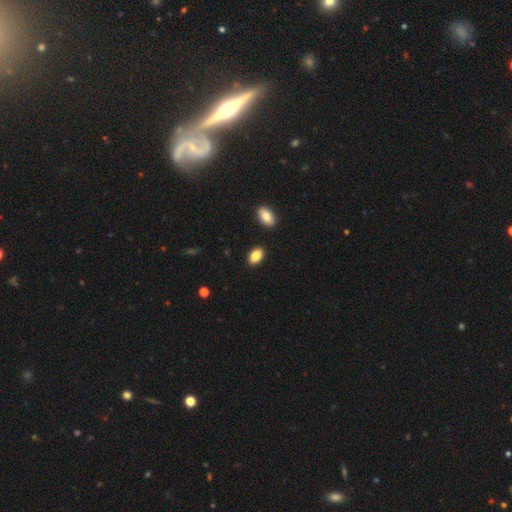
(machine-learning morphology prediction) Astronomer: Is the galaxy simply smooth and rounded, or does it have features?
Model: smooth — 87%.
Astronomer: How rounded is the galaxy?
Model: in between — 92%.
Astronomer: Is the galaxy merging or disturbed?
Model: none — 88%.